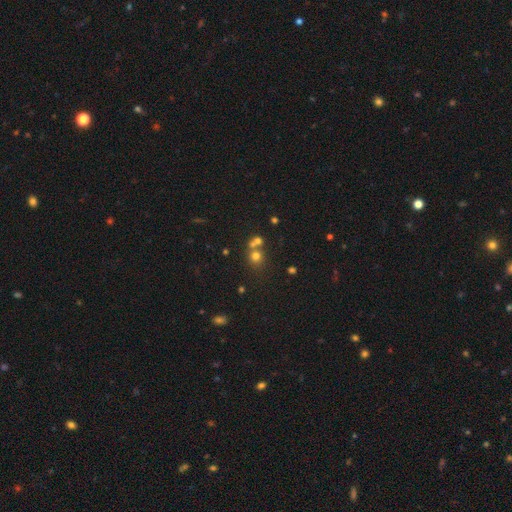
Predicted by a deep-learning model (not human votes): Morphology: type=smooth (67%); roundness=round (84%); merging=none (49%).